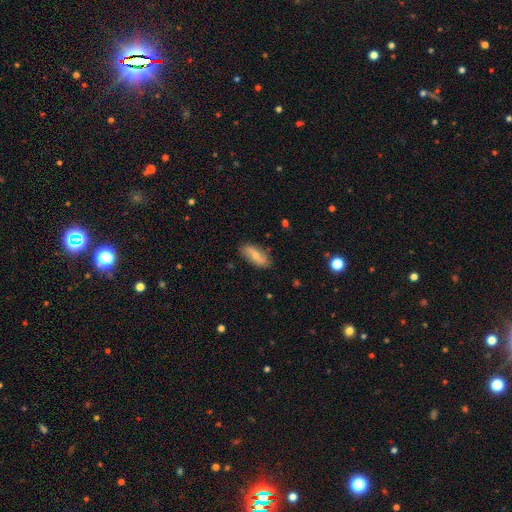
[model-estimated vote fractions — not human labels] Overall: smooth (60%; featured or disk 33%). How rounded: in between (80%). Merging: none (82%).